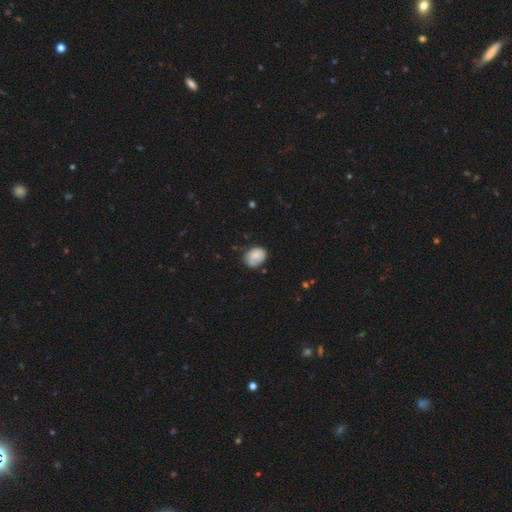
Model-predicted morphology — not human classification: The model was most divided on "how rounded": in between: 59%, round: 40%, cigar-shaped: 1%. More confident: smooth or featured — smooth (77%); merging — none (62%).